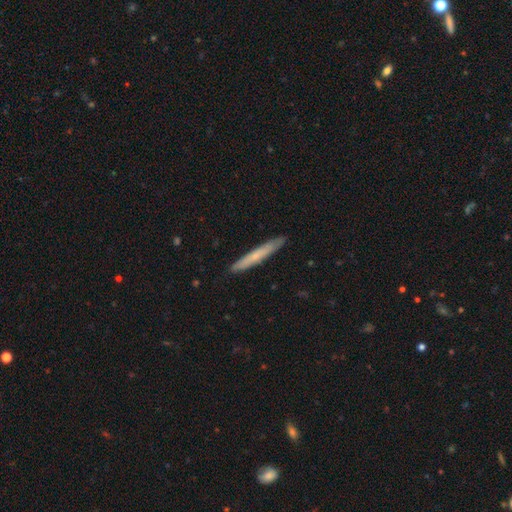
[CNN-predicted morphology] This appears to be a smooth galaxy with no disk features (55%) that is cigar-shaped (96%). Merging: none (90%).